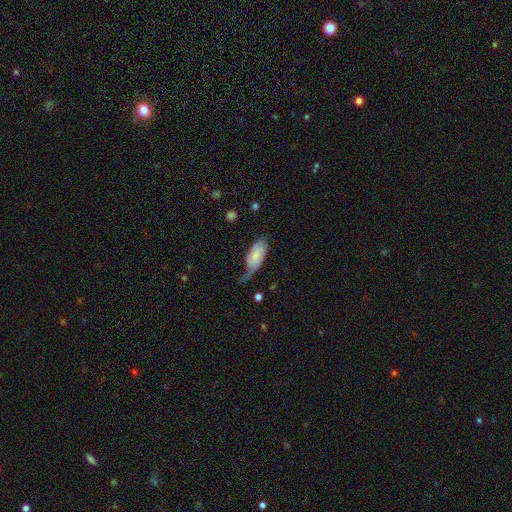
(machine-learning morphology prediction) This appears to be a smooth galaxy with no disk features (56%) that is in between round and cigar-shaped (89%). Merging: minor disturbance (37%).